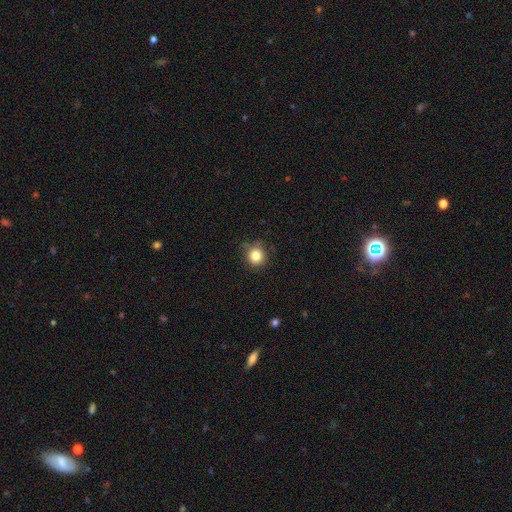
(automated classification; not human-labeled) Smooth or featured: smooth — 83% (star or artifact — 11%)
How rounded: round — 88% (in between — 11%)
Merging: none — 77% (minor disturbance — 17%)